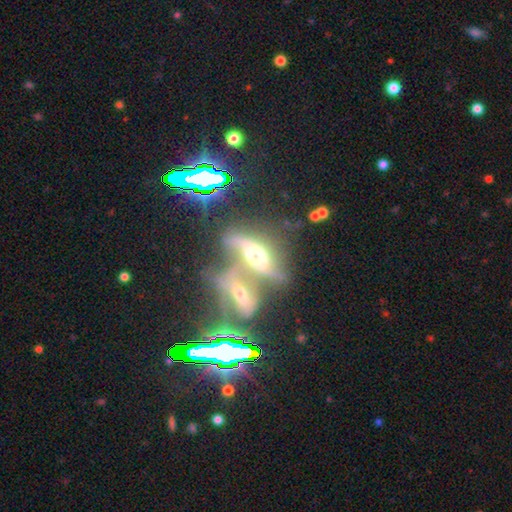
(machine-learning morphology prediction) A featured or disk galaxy (48%).

Vote fractions:
- Smooth or featured? featured or disk: 48% / smooth: 27% / star or artifact: 25%
- Merging? merger: 61% / none: 22% / major disturbance: 9% / minor disturbance: 8%